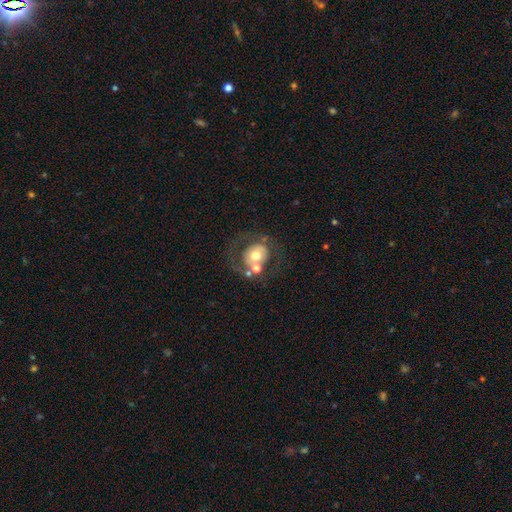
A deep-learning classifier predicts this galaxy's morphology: smooth_or_featured: featured or disk (p=0.47) [alt: smooth p=0.44]
merging: none (p=0.48) [alt: merger p=0.22]